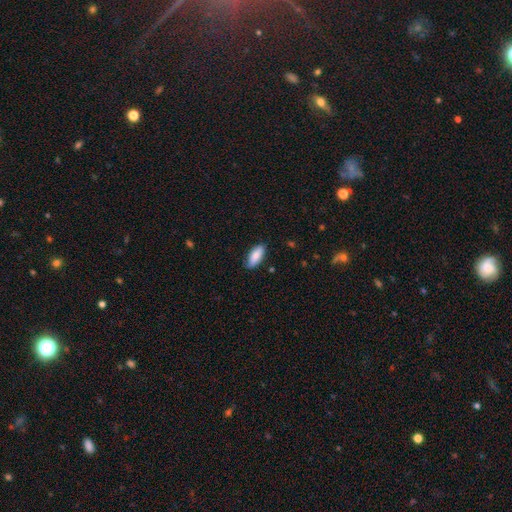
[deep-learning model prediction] This is clearly a smooth galaxy (83%). How rounded: likely in between (80%). Merging: clearly none (82%).